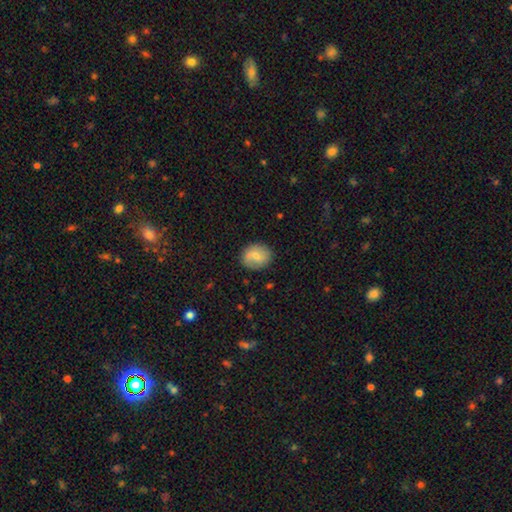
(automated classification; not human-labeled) Smooth or featured?
  - smooth: 60% *
  - featured or disk: 33%
  - star or artifact: 7%
How rounded?
  - round: 68% *
  - in between: 31%
  - cigar-shaped: 1%
Merging?
  - none: 83% *
  - minor disturbance: 12%
  - major disturbance: 3%
  - merger: 1%